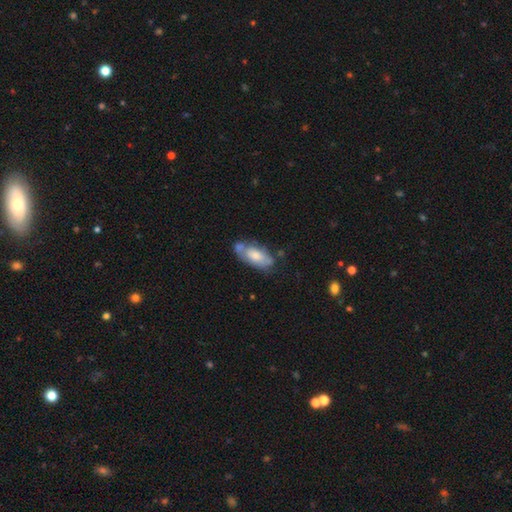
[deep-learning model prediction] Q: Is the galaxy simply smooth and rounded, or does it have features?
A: smooth — 60%.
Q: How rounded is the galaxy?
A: in between — 87%.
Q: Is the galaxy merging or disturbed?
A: none — 46%.